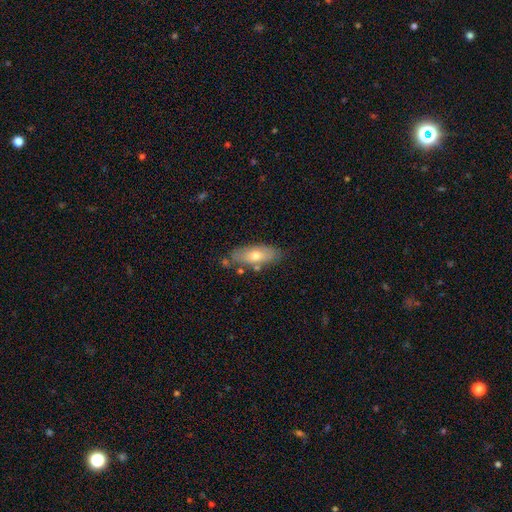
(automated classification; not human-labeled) smooth 65%, featured or disk 29%, star or artifact 7%. Down the decision tree: how rounded — in between (75%); merging — none (75%).